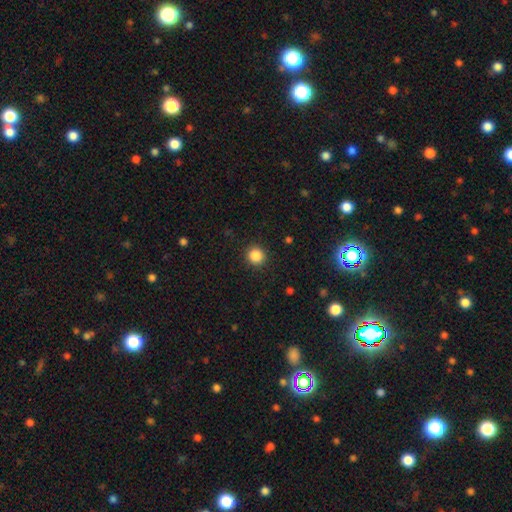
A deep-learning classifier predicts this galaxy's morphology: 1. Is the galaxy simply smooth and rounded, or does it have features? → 86% smooth, 11% star or artifact, 4% featured or disk.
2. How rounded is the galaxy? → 93% round, 6% in between, 1% cigar-shaped.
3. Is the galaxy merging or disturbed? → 91% none, 5% minor disturbance, 2% major disturbance, 1% merger.